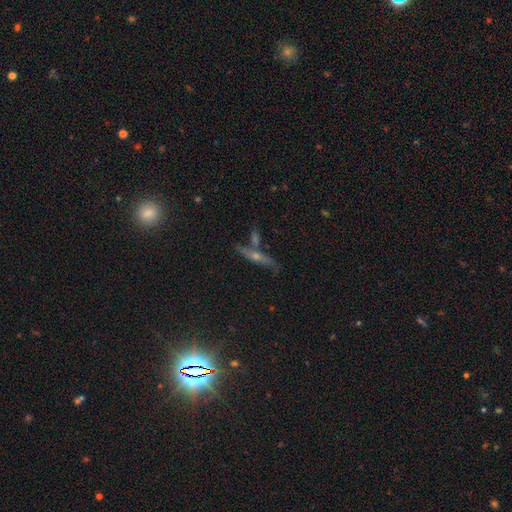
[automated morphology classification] Overall: featured or disk (58%; smooth 25%). Edge-on disk: yes (76%). Merging: none (64%).